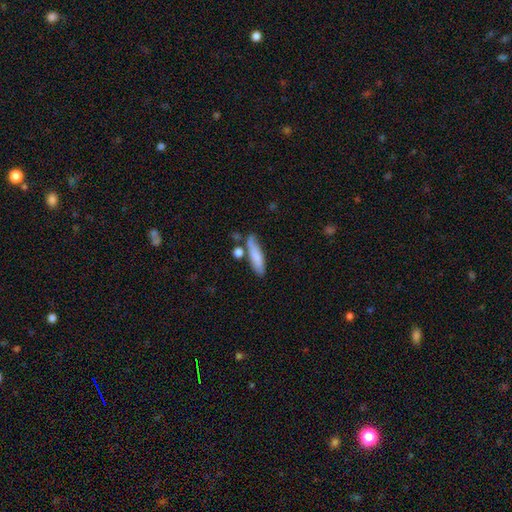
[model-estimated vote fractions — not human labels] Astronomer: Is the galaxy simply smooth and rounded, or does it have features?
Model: smooth — 78%.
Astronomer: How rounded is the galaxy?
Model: cigar-shaped — 68%.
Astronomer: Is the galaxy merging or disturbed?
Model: none — 64%.